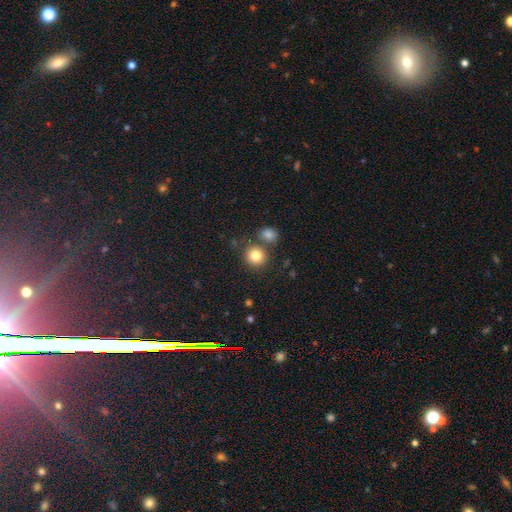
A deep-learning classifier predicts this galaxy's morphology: A smooth galaxy with no disk features (82%) that is round (90%). Merging: none (74%).